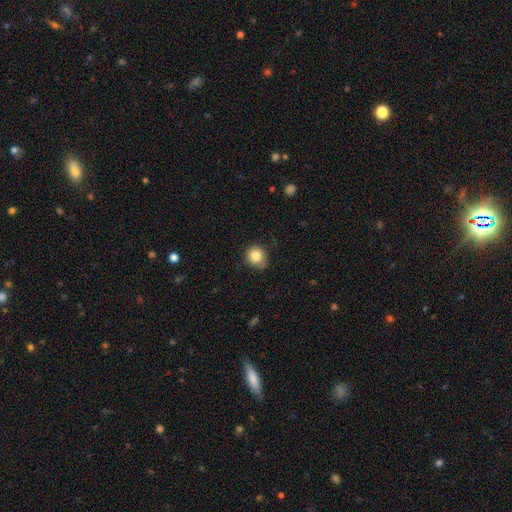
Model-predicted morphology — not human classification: Smooth or featured?
  - smooth: 83% *
  - star or artifact: 10%
  - featured or disk: 7%
How rounded?
  - round: 85% *
  - in between: 14%
  - cigar-shaped: 1%
Merging?
  - none: 72% *
  - minor disturbance: 23%
  - major disturbance: 4%
  - merger: 2%